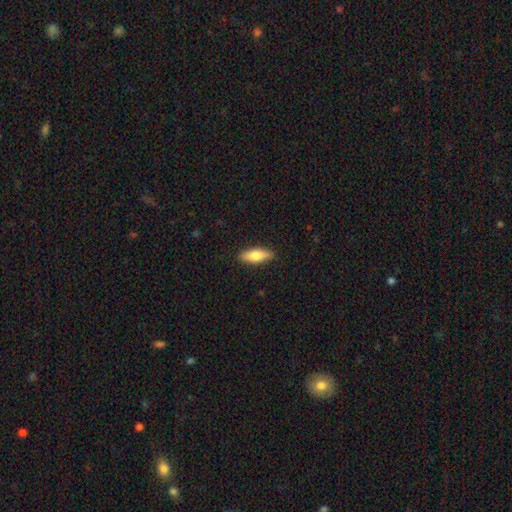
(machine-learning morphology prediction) This appears to be a smooth galaxy with no disk features (71%) that is in between round and cigar-shaped (55%). Merging: none (89%).